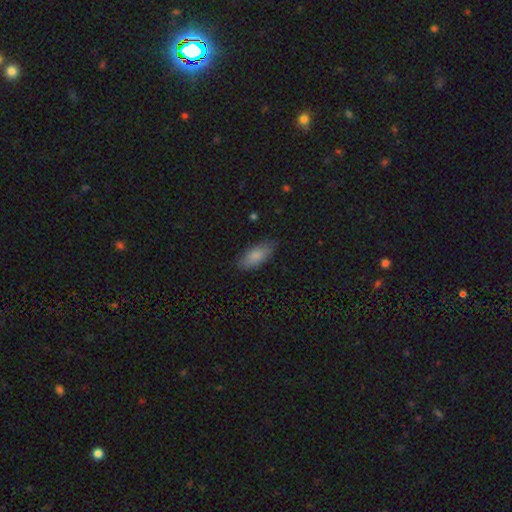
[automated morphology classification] Smooth or featured? Predicted: smooth (p=0.84). How rounded? Predicted: in between (p=0.85). Merging? Predicted: none (p=0.79).